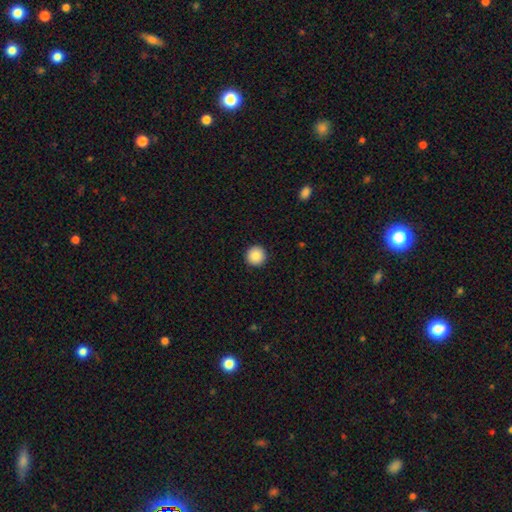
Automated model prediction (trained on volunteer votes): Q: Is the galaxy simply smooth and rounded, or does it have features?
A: smooth — 88%.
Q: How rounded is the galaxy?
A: round — 96%.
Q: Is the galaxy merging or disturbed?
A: none — 93%.